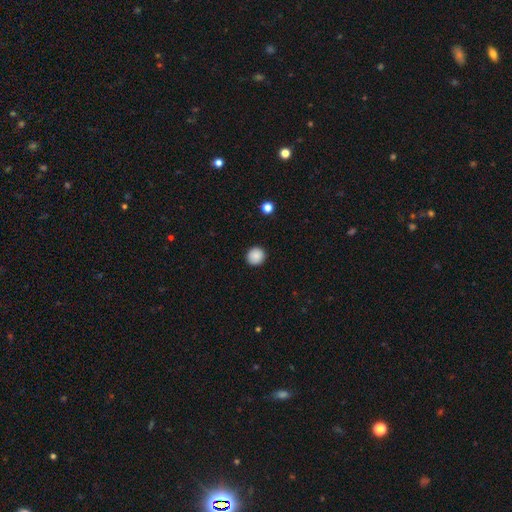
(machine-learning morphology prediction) Smooth or featured? smooth (89%)
How rounded? round (92%)
Merging? none (92%)